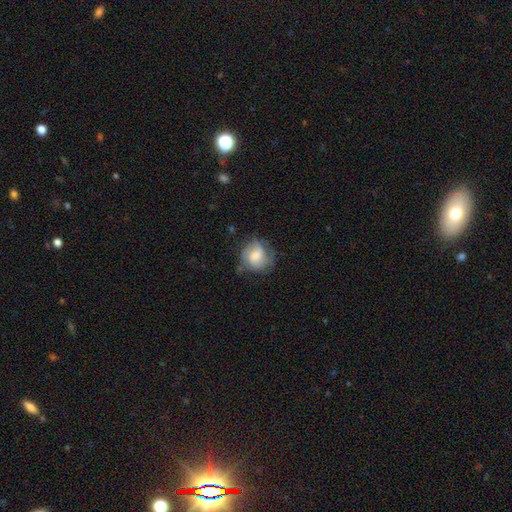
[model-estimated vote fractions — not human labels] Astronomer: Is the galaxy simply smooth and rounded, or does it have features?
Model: smooth — 50% (runner-up: featured or disk, 42%).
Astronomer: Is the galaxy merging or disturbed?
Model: none — 54% (runner-up: minor disturbance, 29%).